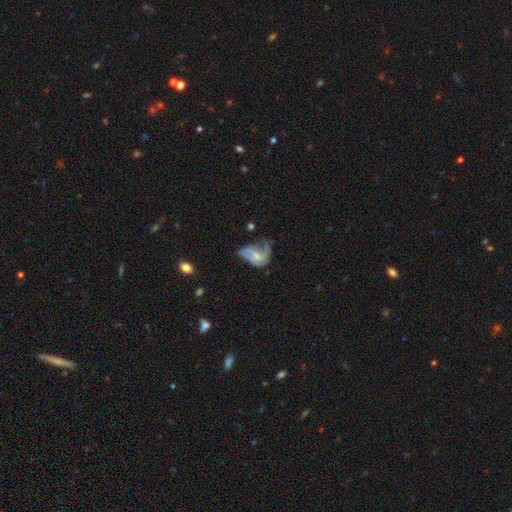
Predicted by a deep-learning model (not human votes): Smooth or featured: featured or disk — 62% (smooth — 30%)
Edge-on disk: no — 97% (yes — 3%)
Bar: no — 48% (weak — 41%)
Spiral arms: yes — 72% (no — 28%)
Bulge size: small — 46% (moderate — 33%)
Merging: major disturbance — 42% (minor disturbance — 27%)